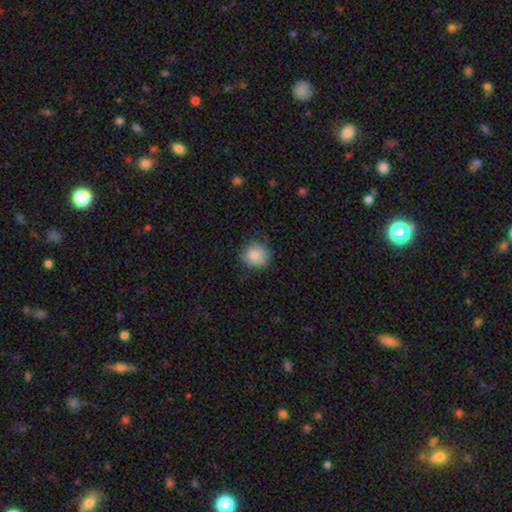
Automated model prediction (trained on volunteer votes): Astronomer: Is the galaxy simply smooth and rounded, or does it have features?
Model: smooth — 87%.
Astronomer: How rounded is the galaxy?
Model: round — 88%.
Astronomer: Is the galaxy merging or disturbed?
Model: none — 82%.